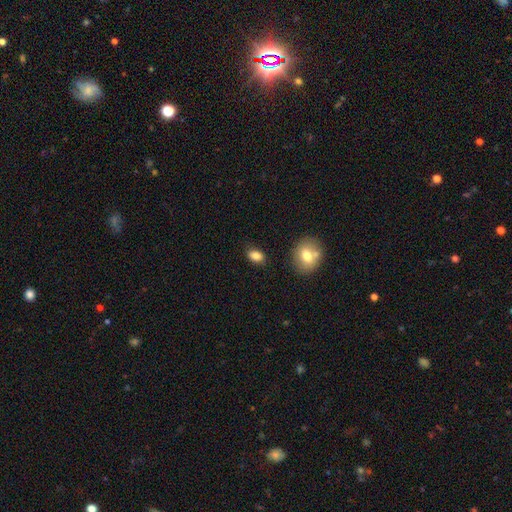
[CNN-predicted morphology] smooth-or-featured: smooth: 84% | star or artifact: 9% | featured or disk: 6%
  how-rounded: in between: 85% | round: 13% | cigar-shaped: 2%
  merging: none: 82% | minor disturbance: 12% | merger: 3% | major disturbance: 3%